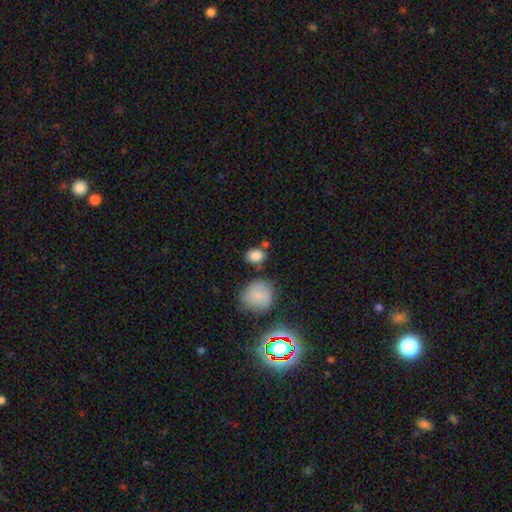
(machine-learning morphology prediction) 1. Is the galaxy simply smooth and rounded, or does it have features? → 85% smooth, 9% star or artifact, 6% featured or disk.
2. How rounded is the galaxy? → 68% in between, 30% round, 2% cigar-shaped.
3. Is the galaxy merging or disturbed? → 68% none, 16% minor disturbance, 11% merger, 5% major disturbance.